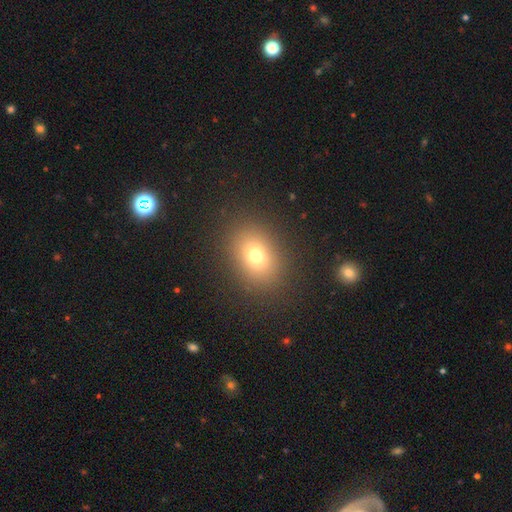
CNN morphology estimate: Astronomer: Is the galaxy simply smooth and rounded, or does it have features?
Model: smooth — 71%.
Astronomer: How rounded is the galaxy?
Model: in between — 53% (runner-up: round, 46%).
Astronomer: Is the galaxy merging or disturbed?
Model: none — 86%.